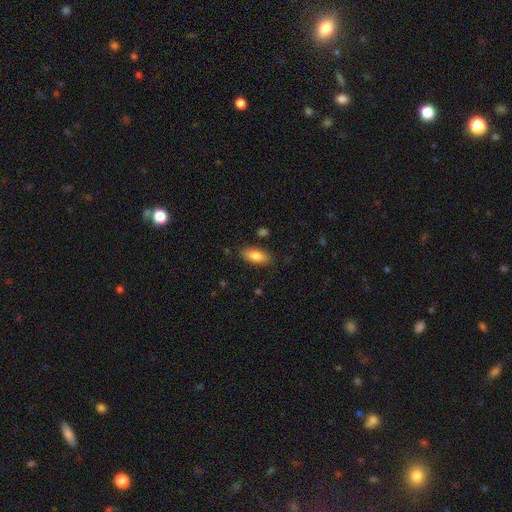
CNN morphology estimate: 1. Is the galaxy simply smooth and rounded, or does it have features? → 82% smooth, 11% featured or disk, 7% star or artifact.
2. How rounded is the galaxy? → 82% in between, 15% cigar-shaped, 2% round.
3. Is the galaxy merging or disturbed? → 84% none, 11% minor disturbance, 3% major disturbance, 2% merger.